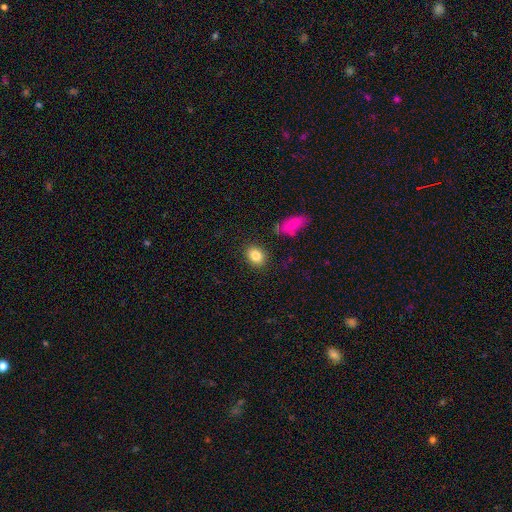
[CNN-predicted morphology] A smooth galaxy with no disk features (84%) that is in between round and cigar-shaped (61%).

Vote fractions:
- Smooth or featured? smooth: 84% / star or artifact: 9% / featured or disk: 7%
- How rounded? in between: 61% / round: 37% / cigar-shaped: 1%
- Merging? none: 86% / minor disturbance: 9% / major disturbance: 3% / merger: 2%